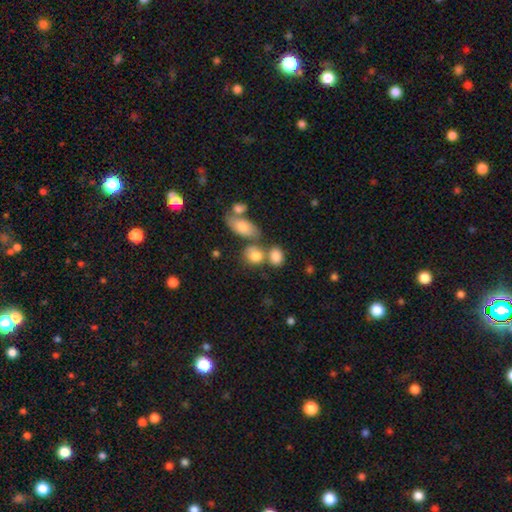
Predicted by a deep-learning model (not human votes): smooth 81%, featured or disk 10%, star or artifact 9%. Down the decision tree: how rounded — round (53%); merging — none (50%).